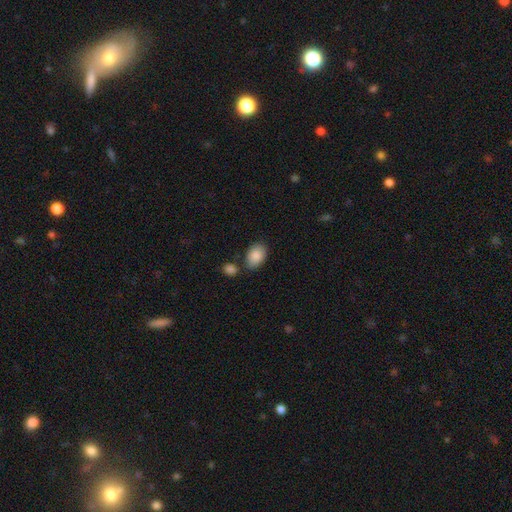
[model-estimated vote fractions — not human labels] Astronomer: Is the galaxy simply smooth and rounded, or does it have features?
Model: smooth — 88%.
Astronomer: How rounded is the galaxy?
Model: in between — 86%.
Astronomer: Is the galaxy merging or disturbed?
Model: none — 69%.